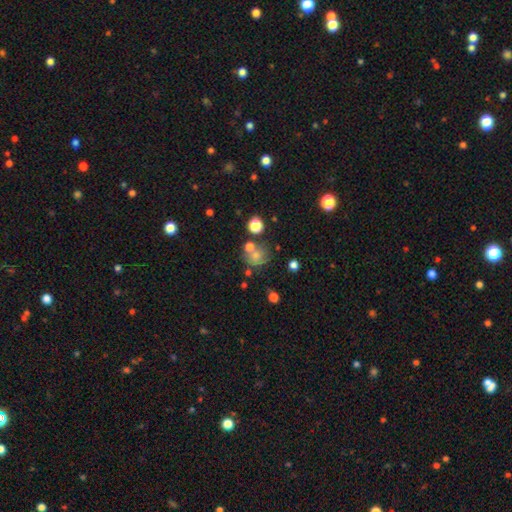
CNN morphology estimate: smooth_or_featured: smooth (p=0.65) [alt: featured or disk p=0.18]
how_rounded: round (p=0.79) [alt: in between p=0.20]
merging: none (p=0.52) [alt: merger p=0.20]